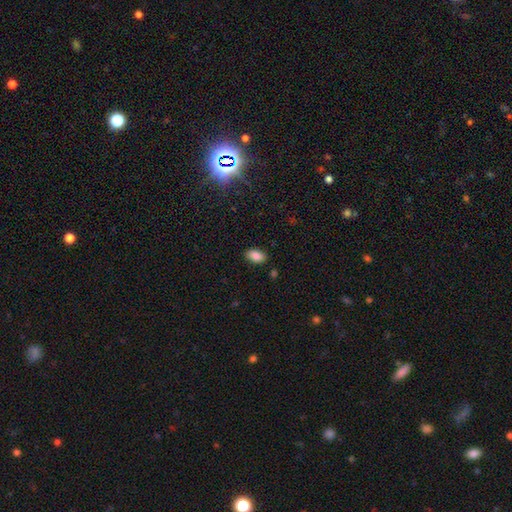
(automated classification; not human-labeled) The model was most divided on "smooth or featured": smooth: 85%, star or artifact: 8%, featured or disk: 7%. More confident: how rounded — in between (91%); merging — none (87%).